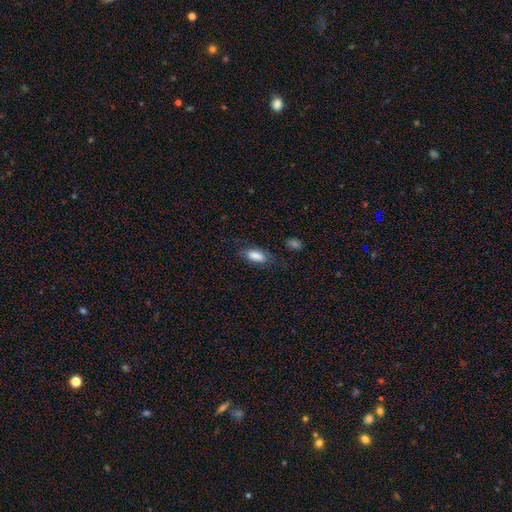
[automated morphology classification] This is clearly a smooth galaxy (83%). How rounded: likely in between (79%). Merging: likely none (73%).